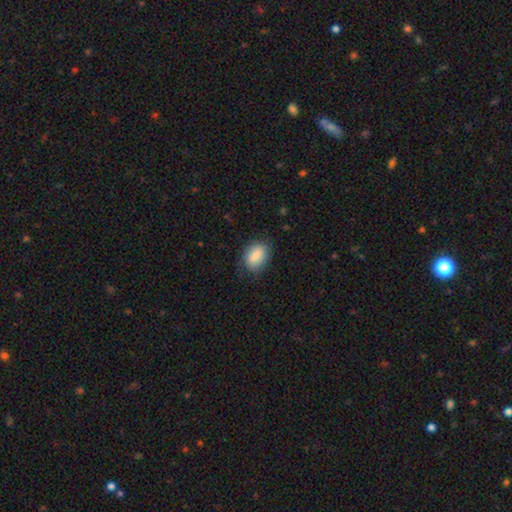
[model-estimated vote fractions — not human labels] Smooth or featured? smooth (85%)
How rounded? in between (81%)
Merging? none (77%)